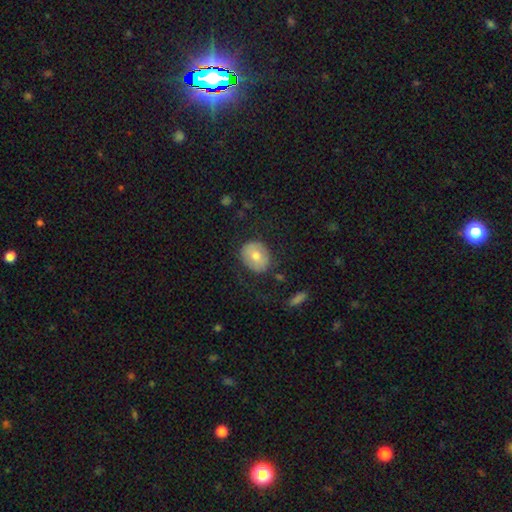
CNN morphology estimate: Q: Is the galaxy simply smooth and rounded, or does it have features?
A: smooth — 69%.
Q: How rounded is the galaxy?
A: round — 56%.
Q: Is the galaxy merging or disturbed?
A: none — 73%.